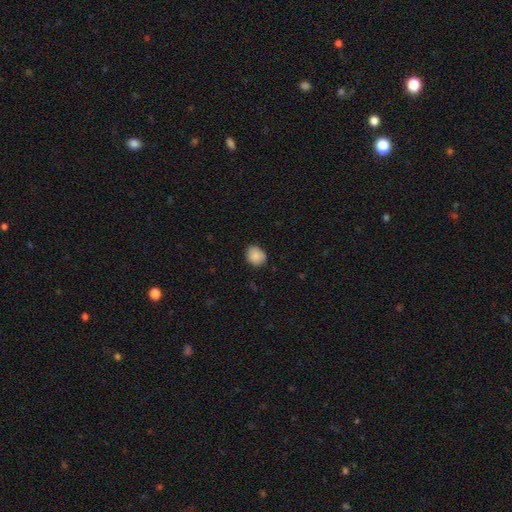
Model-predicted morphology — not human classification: Overall: smooth (85%). How rounded: round (64%; in between 35%). Merging: none (80%).